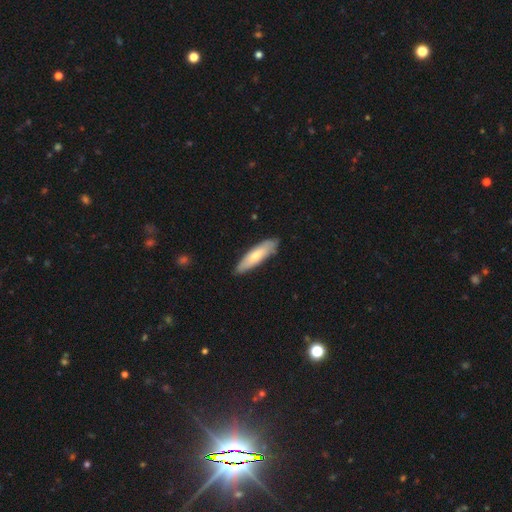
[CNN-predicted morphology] Smooth or featured? Predicted: smooth (p=0.67). How rounded? Predicted: cigar-shaped (p=0.65). Merging? Predicted: none (p=0.83).